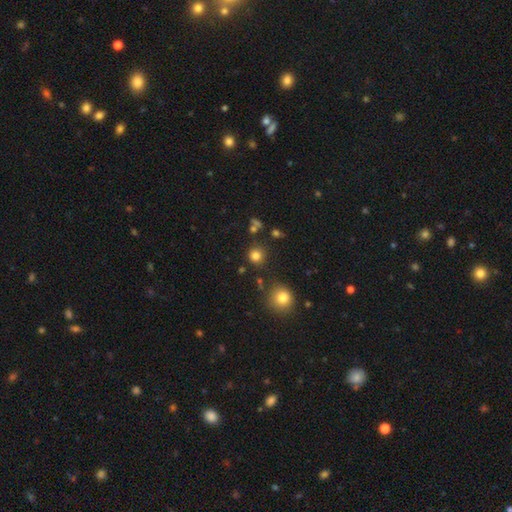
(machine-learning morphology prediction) A smooth galaxy with no disk features (81%) that is round (93%). Merging: none (84%).